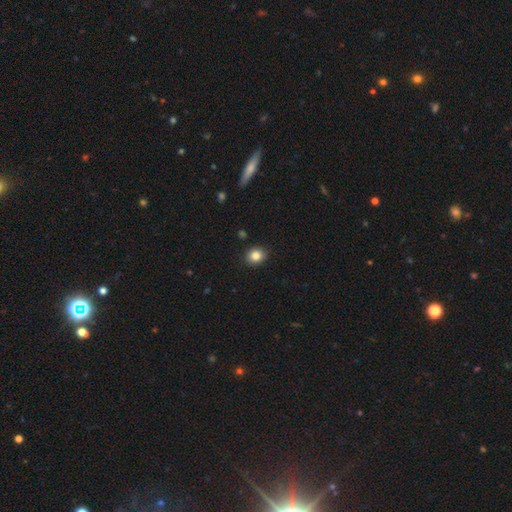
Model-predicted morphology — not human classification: A smooth galaxy with no disk features (84%) that is round (70%).

Vote fractions:
- Smooth or featured? smooth: 84% / star or artifact: 10% / featured or disk: 6%
- How rounded? round: 70% / in between: 29% / cigar-shaped: 1%
- Merging? none: 90% / minor disturbance: 7% / major disturbance: 2% / merger: 1%